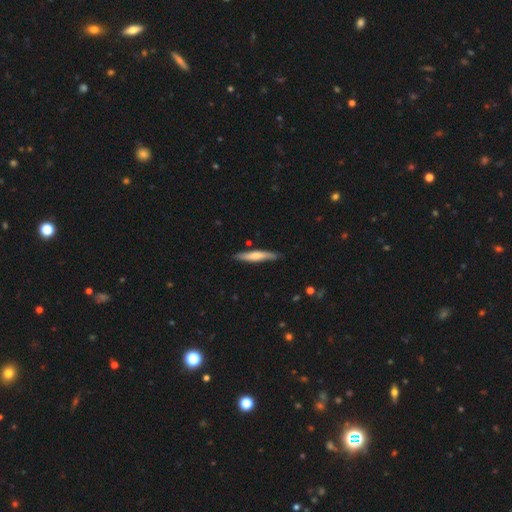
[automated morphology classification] This is possibly a smooth galaxy (60%). How rounded: clearly cigar-shaped (92%). Merging: clearly none (83%).